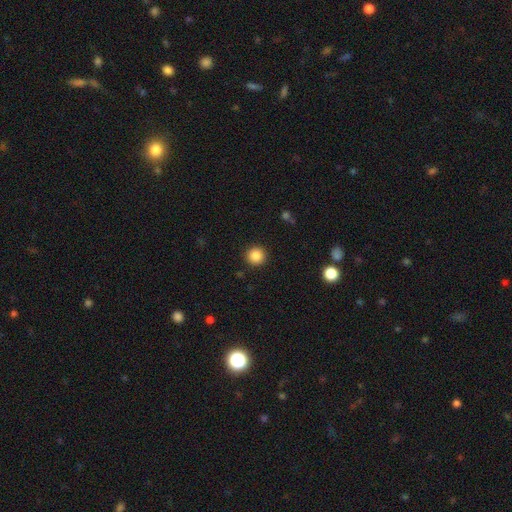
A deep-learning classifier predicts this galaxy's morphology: Smooth or featured? smooth (86%)
How rounded? round (95%)
Merging? none (92%)